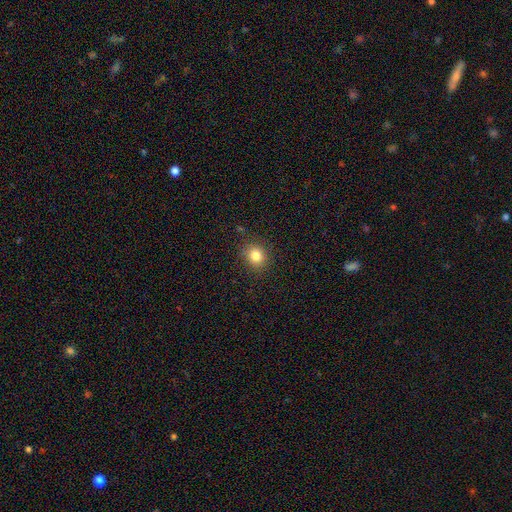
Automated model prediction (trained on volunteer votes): Overall: smooth (82%). How rounded: round (73%). Merging: none (87%).